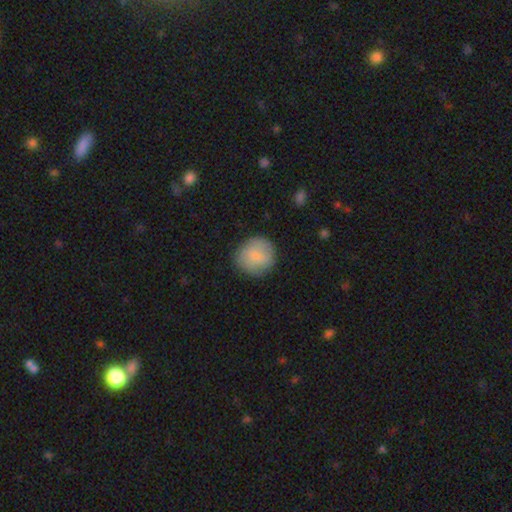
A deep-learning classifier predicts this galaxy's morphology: Smooth or featured?
  - smooth: 76% *
  - featured or disk: 17%
  - star or artifact: 7%
How rounded?
  - round: 92% *
  - in between: 7%
  - cigar-shaped: 1%
Merging?
  - none: 82% *
  - minor disturbance: 13%
  - major disturbance: 4%
  - merger: 1%